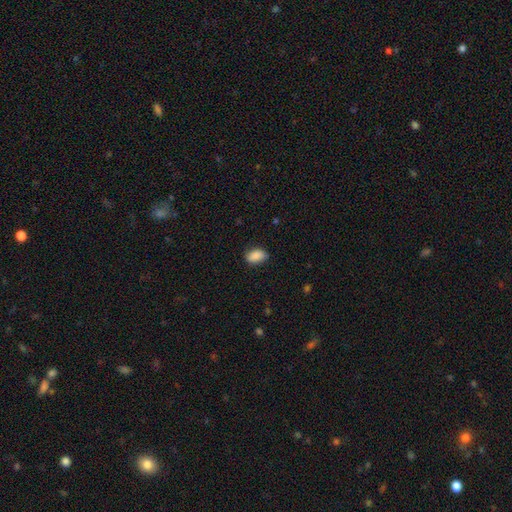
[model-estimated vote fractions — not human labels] smooth_or_featured: smooth (p=0.87) [alt: star or artifact p=0.07]
how_rounded: in between (p=0.90) [alt: round p=0.08]
merging: none (p=0.79) [alt: minor disturbance p=0.17]